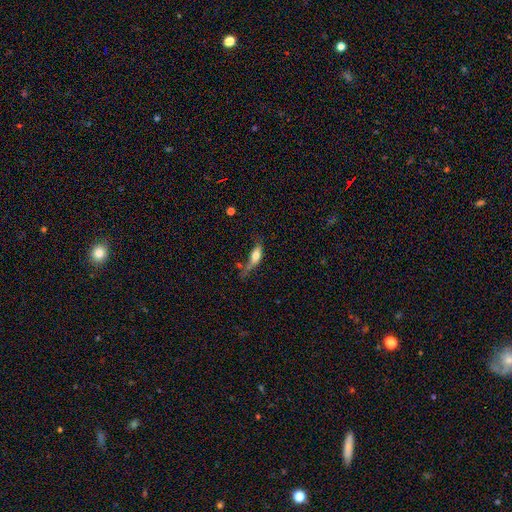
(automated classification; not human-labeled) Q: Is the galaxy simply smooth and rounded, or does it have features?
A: smooth — 62%.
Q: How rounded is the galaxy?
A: in between — 58%.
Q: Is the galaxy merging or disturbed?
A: none — 34%.